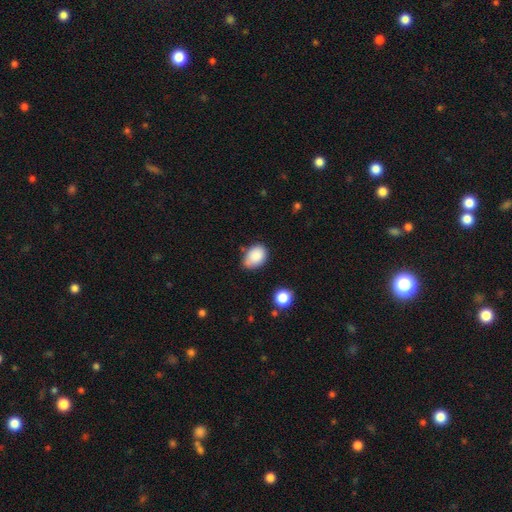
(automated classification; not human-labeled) Smooth or featured?
  - smooth: 86% *
  - star or artifact: 8%
  - featured or disk: 6%
How rounded?
  - in between: 81% *
  - round: 17%
  - cigar-shaped: 1%
Merging?
  - none: 59% *
  - minor disturbance: 31%
  - major disturbance: 5%
  - merger: 5%